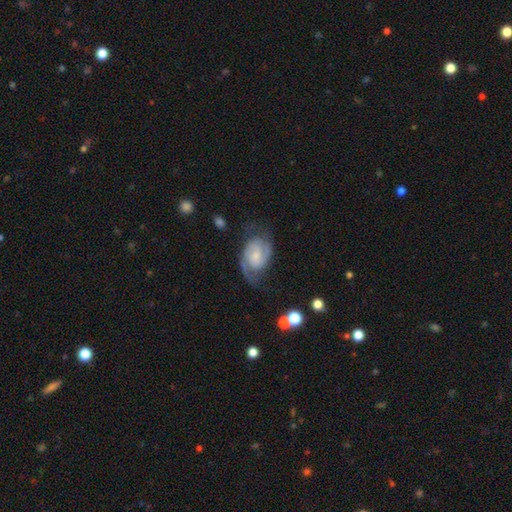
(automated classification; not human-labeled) A featured or disk galaxy (82%) with no bar (50%), 2 (84%) medium (47%) spiral arms (95%) and a small central bulge (53%). Merging: none (62%).